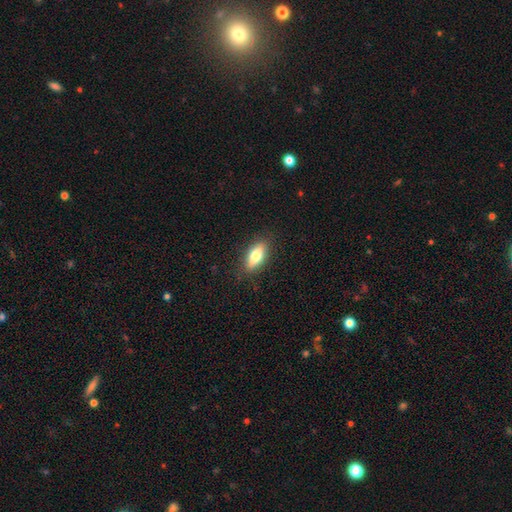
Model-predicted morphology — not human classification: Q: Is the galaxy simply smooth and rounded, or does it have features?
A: smooth — 70%.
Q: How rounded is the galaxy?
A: in between — 71%.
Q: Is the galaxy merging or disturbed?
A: none — 86%.